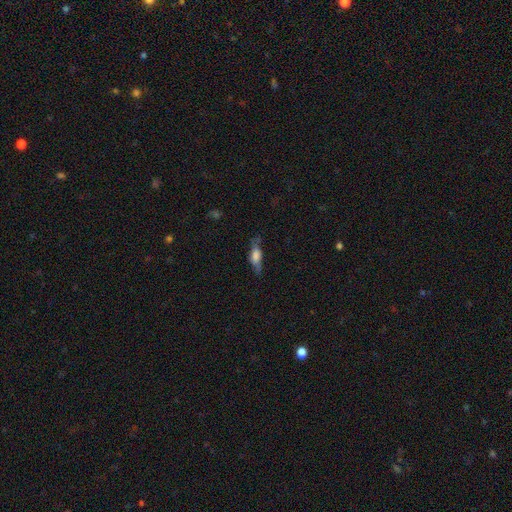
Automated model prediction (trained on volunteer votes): smooth_or_featured: smooth (p=0.55) [alt: featured or disk p=0.35]
how_rounded: in between (p=0.55) [alt: cigar-shaped p=0.41]
merging: none (p=0.59) [alt: minor disturbance p=0.26]